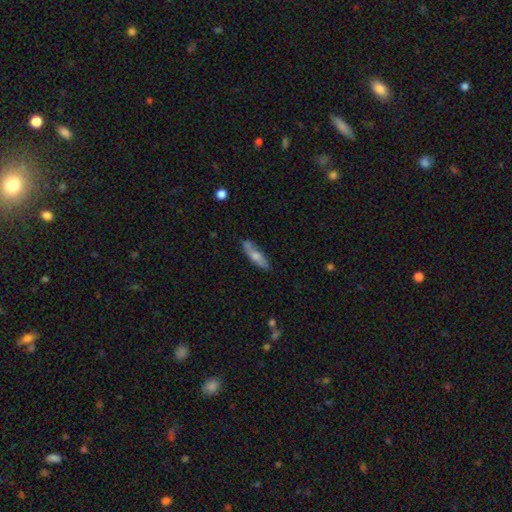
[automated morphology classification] A smooth galaxy with no disk features (66%) that is cigar-shaped (66%). Merging: none (69%).